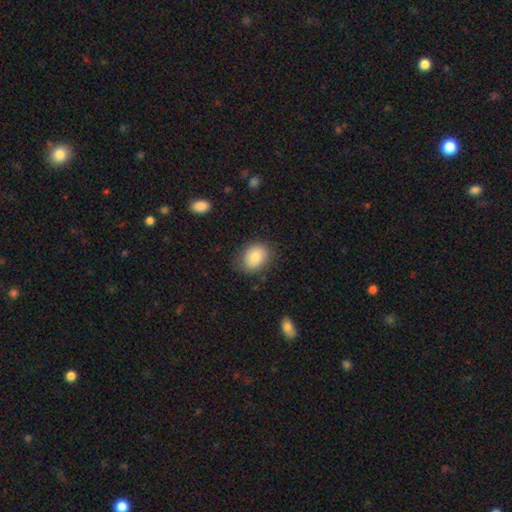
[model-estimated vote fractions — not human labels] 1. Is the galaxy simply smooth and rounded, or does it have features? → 83% smooth, 10% featured or disk, 8% star or artifact.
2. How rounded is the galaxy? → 60% in between, 39% round, 1% cigar-shaped.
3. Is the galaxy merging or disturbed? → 78% none, 16% minor disturbance, 4% major disturbance, 1% merger.